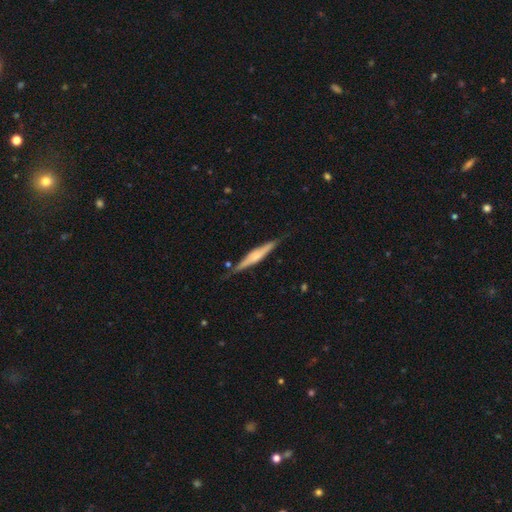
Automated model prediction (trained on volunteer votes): Smooth or featured? Predicted: featured or disk (p=0.63). Edge-on disk? Predicted: yes (p=0.96). Edge-on bulge? Predicted: rounded (p=0.62). Merging? Predicted: none (p=0.82).